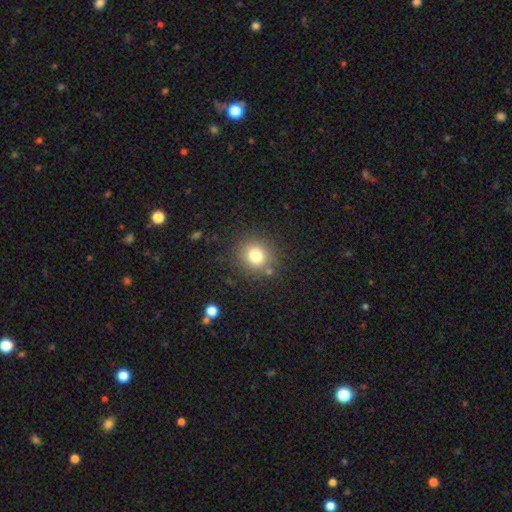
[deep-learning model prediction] smooth-or-featured: smooth: 77% | star or artifact: 14% | featured or disk: 9%
  how-rounded: round: 86% | in between: 13% | cigar-shaped: 1%
  merging: none: 83% | minor disturbance: 9% | merger: 4% | major disturbance: 4%